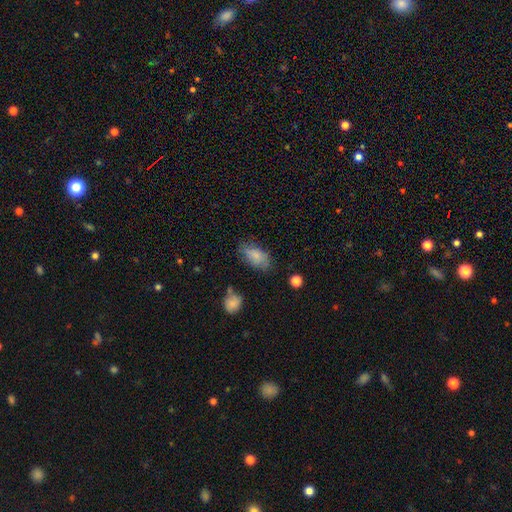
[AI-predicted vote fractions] Smooth or featured: smooth — 83% (featured or disk — 9%)
How rounded: in between — 91% (round — 5%)
Merging: none — 67% (minor disturbance — 23%)